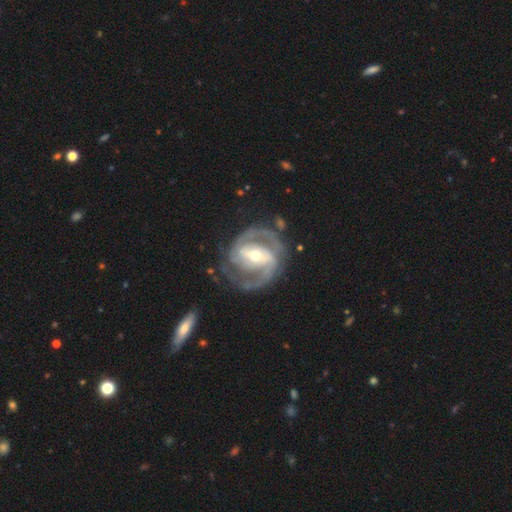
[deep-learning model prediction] smooth_or_featured: featured or disk (p=0.92) [alt: smooth p=0.04]
disk_edge_on: no (p=0.98) [alt: yes p=0.02]
bar: strong (p=0.53) [alt: weak p=0.33]
has_spiral_arms: yes (p=0.98) [alt: no p=0.02]
spiral_winding: medium (p=0.47) [alt: tight p=0.45]
spiral_arm_count: 2 (p=0.81) [alt: 3 p=0.09]
bulge_size: moderate (p=0.56) [alt: small p=0.38]
merging: none (p=0.73) [alt: minor disturbance p=0.15]